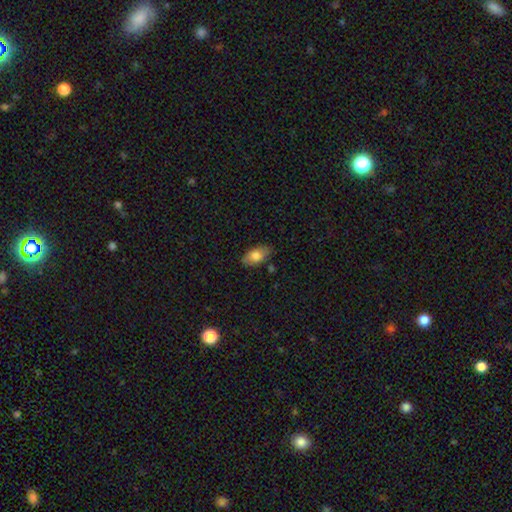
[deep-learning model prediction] Smooth or featured? smooth (77%)
How rounded? in between (92%)
Merging? none (82%)